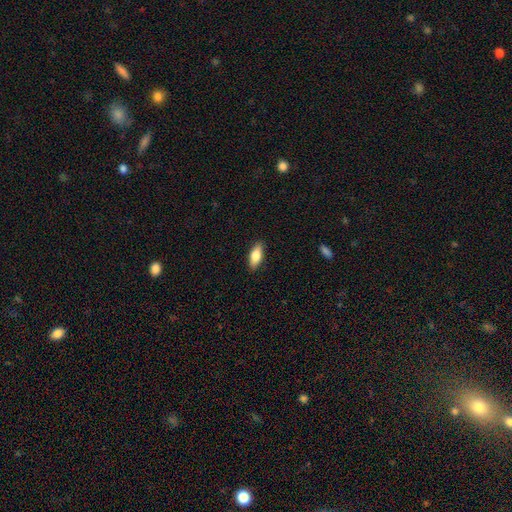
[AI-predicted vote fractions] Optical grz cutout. It shows a smooth galaxy with no disk features (79%) that is in between round and cigar-shaped (79%). Merging: none (88%).